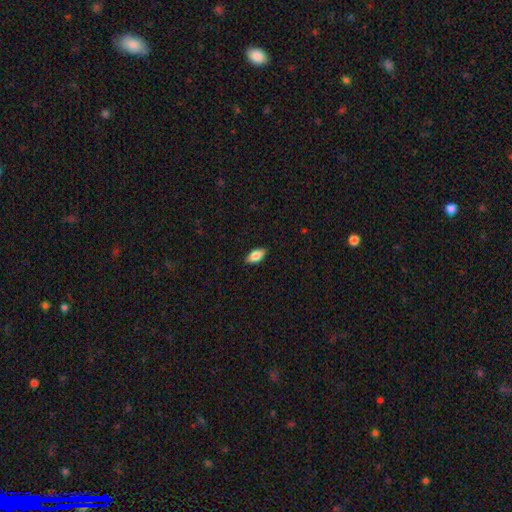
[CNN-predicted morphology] type=smooth (83%); roundness=in between (90%); merging=none (87%).